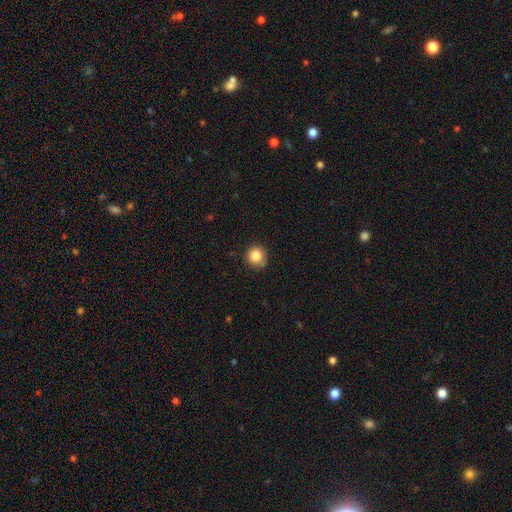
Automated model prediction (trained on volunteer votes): Q: Smooth or featured?
A: smooth (85%); runner-up: star or artifact (10%)
Q: How rounded?
A: round (93%); runner-up: in between (6%)
Q: Merging?
A: none (82%); runner-up: minor disturbance (14%)